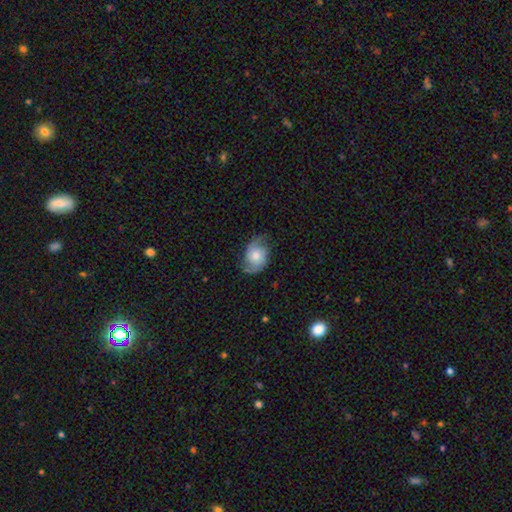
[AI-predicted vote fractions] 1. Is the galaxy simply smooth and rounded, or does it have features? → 60% featured or disk, 33% smooth, 7% star or artifact.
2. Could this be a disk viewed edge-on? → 96% no, 4% yes.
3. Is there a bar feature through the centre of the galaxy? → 75% no, 21% weak, 4% strong.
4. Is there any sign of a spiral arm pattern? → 89% yes, 11% no.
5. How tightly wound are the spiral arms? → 41% medium, 37% loose, 22% tight.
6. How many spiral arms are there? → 85% 2, 7% can't tell, 4% 1, 1% 3, 1% 4, 1% more than 4.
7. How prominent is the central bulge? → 54% moderate, 26% small, 14% large, 4% none, 3% dominant.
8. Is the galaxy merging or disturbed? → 66% none, 23% minor disturbance, 10% major disturbance, 1% merger.